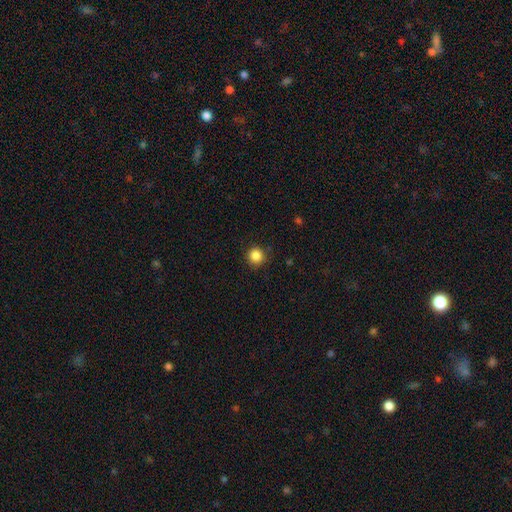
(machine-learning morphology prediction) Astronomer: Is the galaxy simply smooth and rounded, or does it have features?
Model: smooth — 86%.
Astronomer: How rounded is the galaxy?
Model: round — 94%.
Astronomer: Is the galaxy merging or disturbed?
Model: none — 89%.